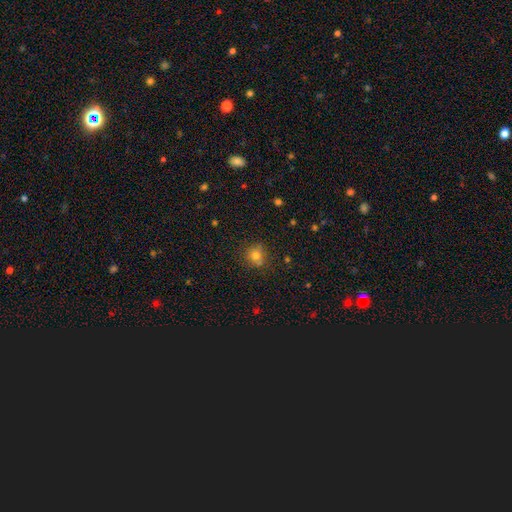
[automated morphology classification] Smooth or featured? smooth (75%)
How rounded? round (79%)
Merging? none (73%)